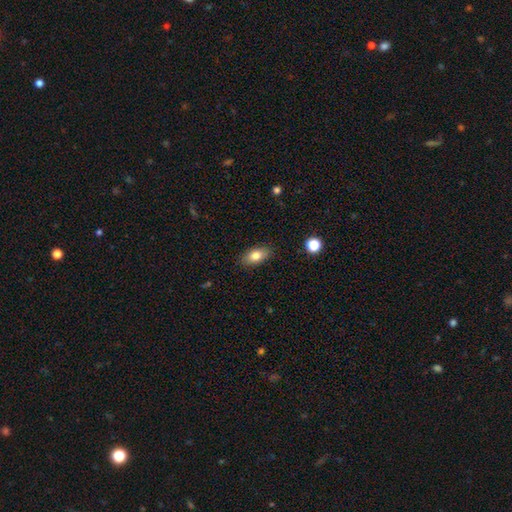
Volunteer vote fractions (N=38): Smooth or featured?
  - smooth: 71% *
  - featured or disk: 21%
  - star or artifact: 8%
How rounded?
  - in between: 85% *
  - cigar-shaped: 11%
  - round: 4%
Merging?
  - none: 89% *
  - merger: 6%
  - minor disturbance: 3%
  - major disturbance: 3%